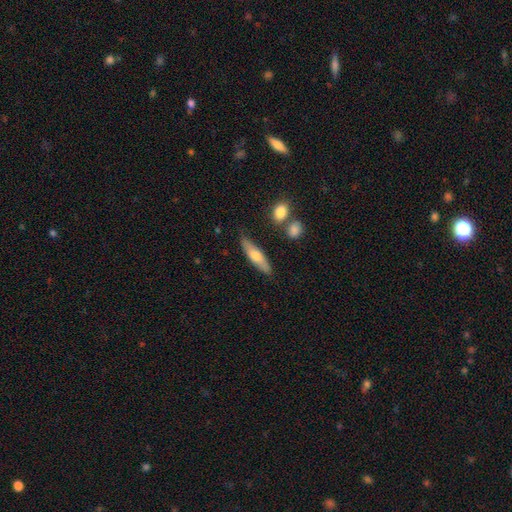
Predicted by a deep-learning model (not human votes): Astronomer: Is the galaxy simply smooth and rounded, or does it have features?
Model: smooth — 59% (runner-up: featured or disk, 36%).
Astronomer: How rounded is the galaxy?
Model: cigar-shaped — 70%.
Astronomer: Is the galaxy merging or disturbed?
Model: none — 81%.